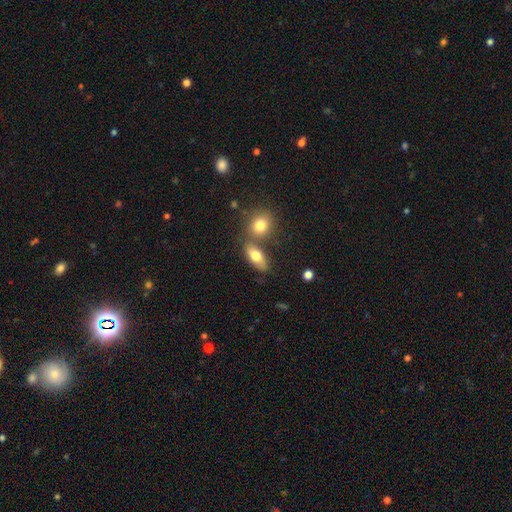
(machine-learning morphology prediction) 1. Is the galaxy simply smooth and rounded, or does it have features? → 74% smooth, 18% featured or disk, 8% star or artifact.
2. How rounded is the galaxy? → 81% in between, 11% cigar-shaped, 8% round.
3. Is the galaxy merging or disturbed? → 60% none, 25% merger, 12% minor disturbance, 4% major disturbance.